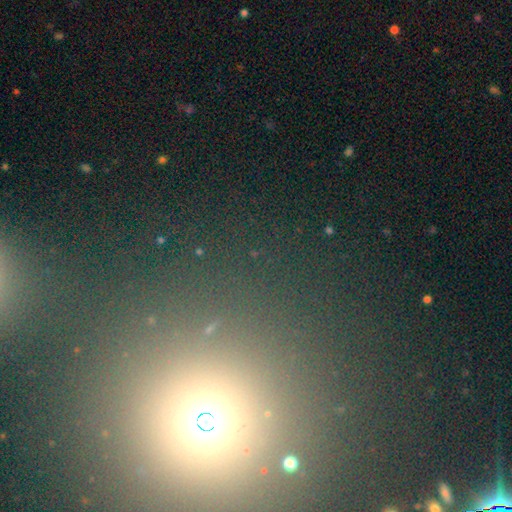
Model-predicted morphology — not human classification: A star or artifact, not a galaxy (65%).